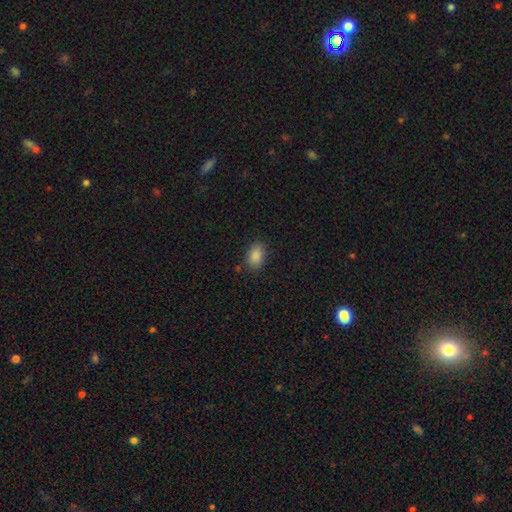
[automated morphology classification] smooth 87%, star or artifact 9%, featured or disk 4%. Down the decision tree: how rounded — in between (85%); merging — none (83%).